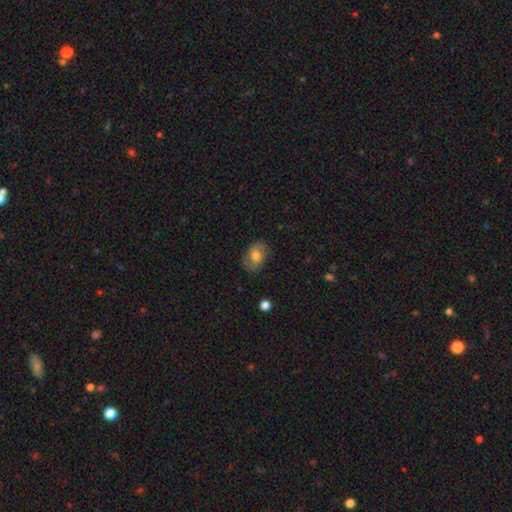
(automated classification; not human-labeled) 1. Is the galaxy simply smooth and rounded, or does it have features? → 59% smooth, 32% featured or disk, 9% star or artifact.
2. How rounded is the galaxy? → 73% in between, 25% round, 1% cigar-shaped.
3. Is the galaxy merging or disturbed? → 75% none, 18% minor disturbance, 6% major disturbance, 1% merger.